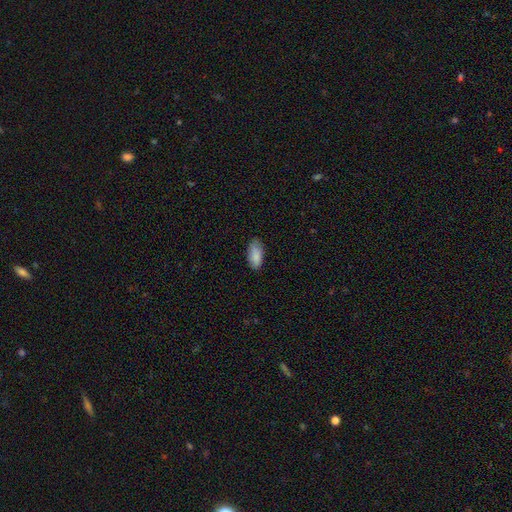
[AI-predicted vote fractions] Smooth or featured?
  - smooth: 88% *
  - star or artifact: 6%
  - featured or disk: 6%
How rounded?
  - in between: 88% *
  - cigar-shaped: 10%
  - round: 2%
Merging?
  - none: 79% *
  - minor disturbance: 17%
  - major disturbance: 3%
  - merger: 1%